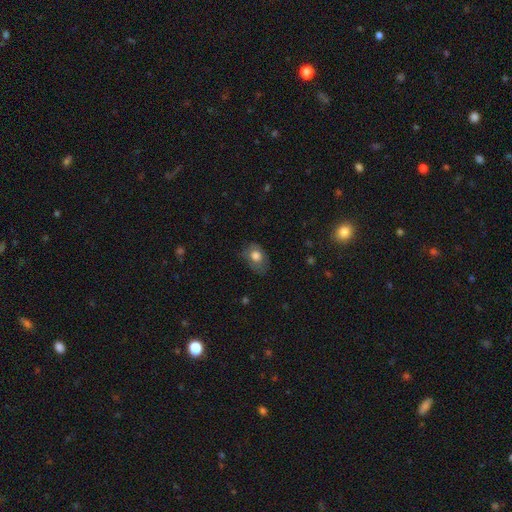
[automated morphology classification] Overall: smooth (69%). How rounded: in between (70%). Merging: none (61%; minor disturbance 27%).